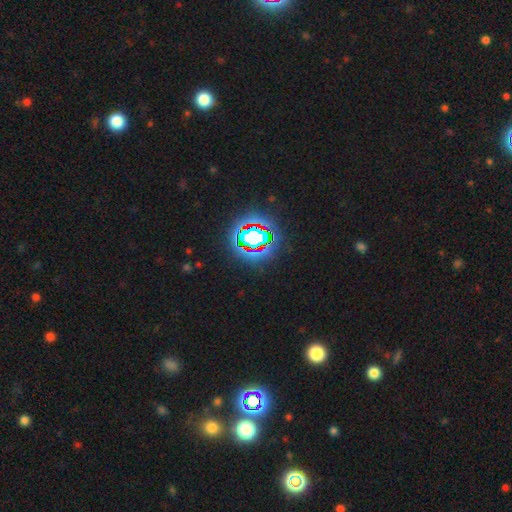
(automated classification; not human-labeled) Smooth or featured? Predicted: star or artifact (p=0.80).